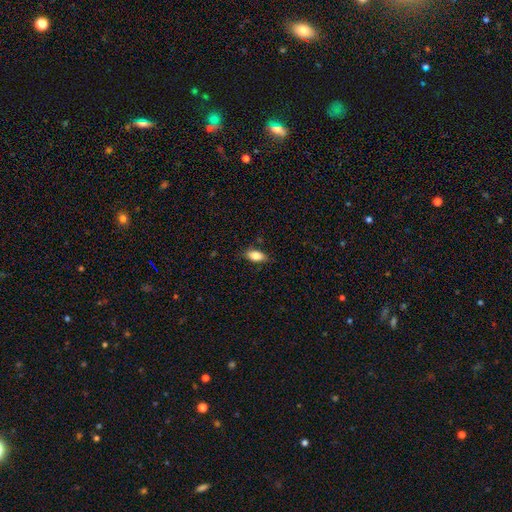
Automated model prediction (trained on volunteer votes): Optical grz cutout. It shows a smooth galaxy with no disk features (84%) that is in between round and cigar-shaped (89%). Merging: none (82%).